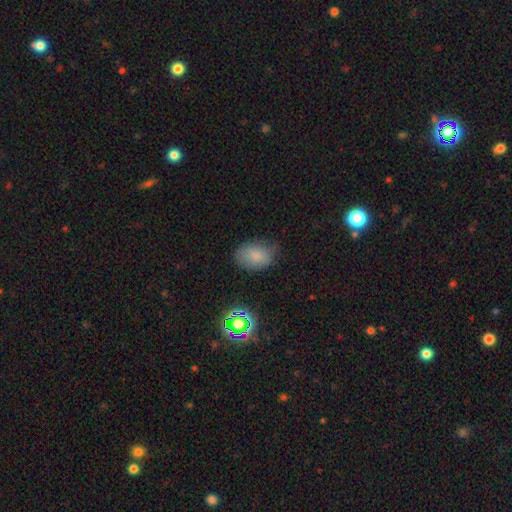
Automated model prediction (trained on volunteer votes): Smooth or featured? Predicted: smooth (p=0.80). How rounded? Predicted: in between (p=0.86). Merging? Predicted: none (p=0.71).